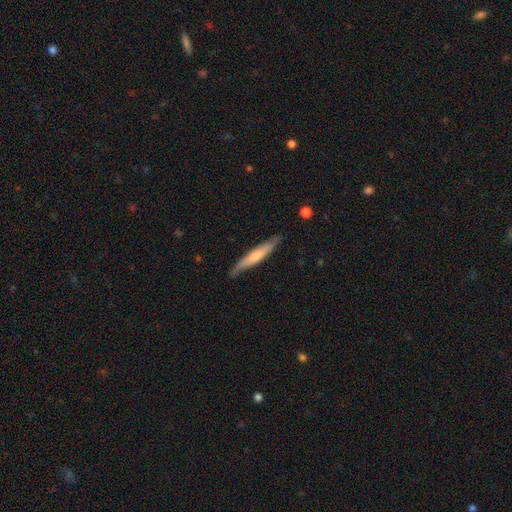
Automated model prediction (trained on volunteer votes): Smooth or featured? Predicted: smooth (p=0.55). How rounded? Predicted: cigar-shaped (p=0.93). Merging? Predicted: none (p=0.81).